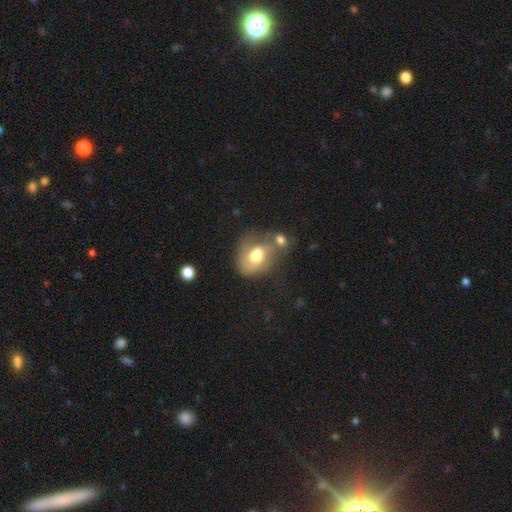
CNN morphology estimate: A smooth galaxy with no disk features (63%) that is in between round and cigar-shaped (69%). Merging: merger (34%).